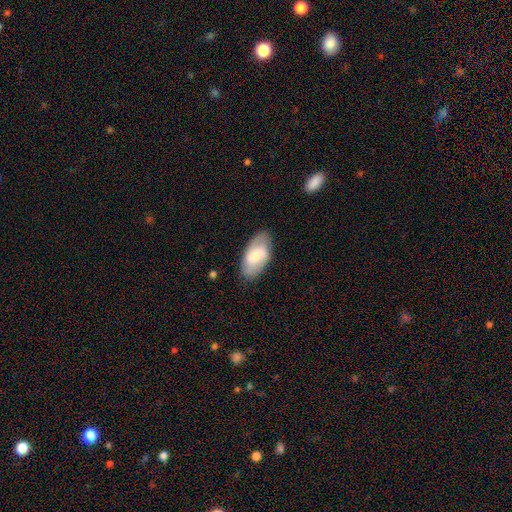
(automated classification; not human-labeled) Smooth or featured: smooth — 55% (featured or disk — 38%)
How rounded: in between — 93% (cigar-shaped — 4%)
Merging: none — 79% (minor disturbance — 16%)